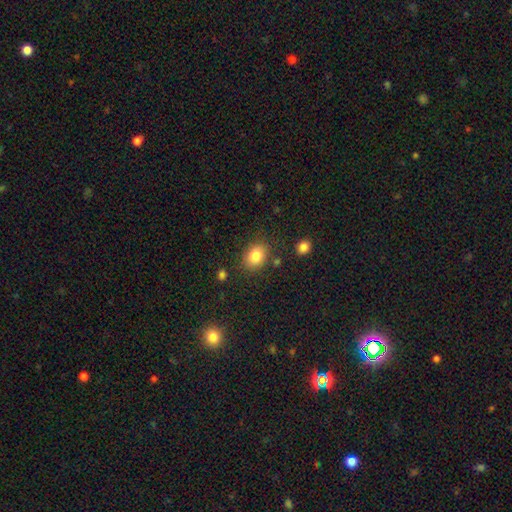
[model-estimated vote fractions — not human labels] smooth_or_featured: smooth (p=0.84) [alt: star or artifact p=0.09]
how_rounded: in between (p=0.57) [alt: round p=0.42]
merging: none (p=0.80) [alt: minor disturbance p=0.13]